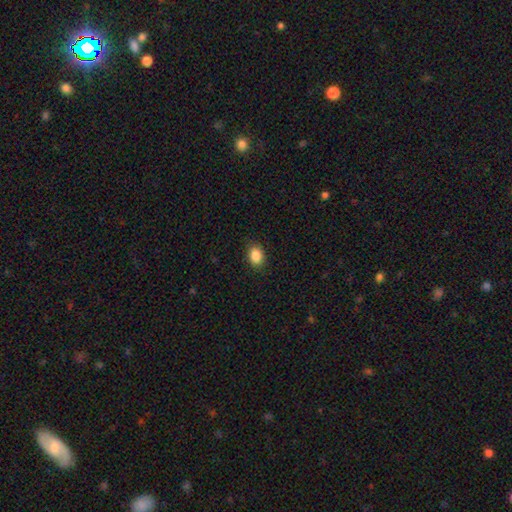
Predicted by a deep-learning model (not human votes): Smooth or featured?
  - smooth: 87% *
  - star or artifact: 9%
  - featured or disk: 4%
How rounded?
  - in between: 66% *
  - round: 33%
  - cigar-shaped: 1%
Merging?
  - none: 87% *
  - minor disturbance: 9%
  - major disturbance: 2%
  - merger: 1%